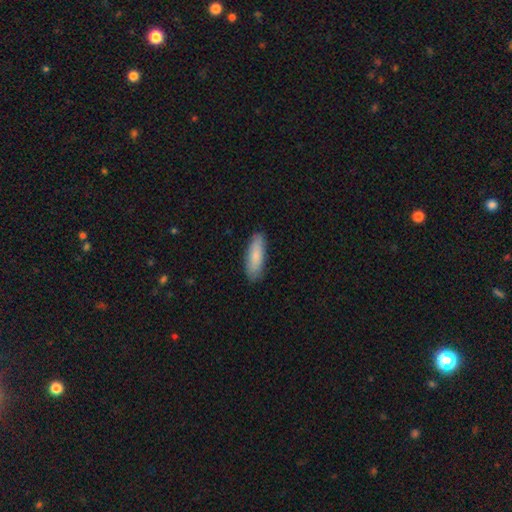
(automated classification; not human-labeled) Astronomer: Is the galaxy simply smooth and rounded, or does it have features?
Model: smooth — 84%.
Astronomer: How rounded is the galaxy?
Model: in between — 50% (runner-up: cigar-shaped, 49%).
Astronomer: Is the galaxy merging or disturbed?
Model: none — 86%.